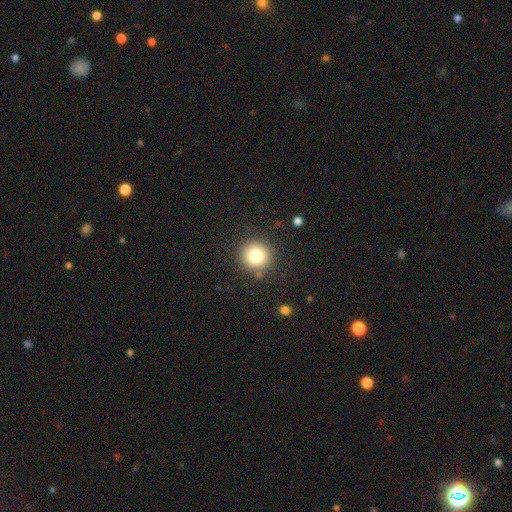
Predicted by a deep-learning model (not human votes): smooth-or-featured: smooth: 80% | star or artifact: 11% | featured or disk: 9%
  how-rounded: round: 94% | in between: 5% | cigar-shaped: 1%
  merging: none: 87% | minor disturbance: 8% | major disturbance: 3% | merger: 2%